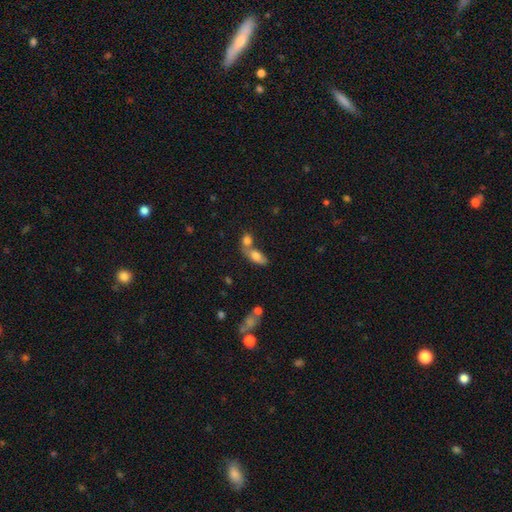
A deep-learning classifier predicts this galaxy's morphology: This appears to be a smooth galaxy with no disk features (76%) that is in between round and cigar-shaped (84%). Merging: merger (53%).